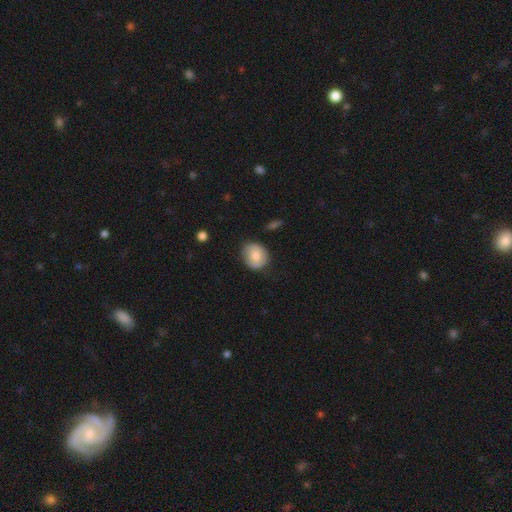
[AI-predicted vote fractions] Smooth or featured?
  - smooth: 77% *
  - featured or disk: 16%
  - star or artifact: 7%
How rounded?
  - round: 69% *
  - in between: 30%
  - cigar-shaped: 1%
Merging?
  - none: 78% *
  - minor disturbance: 17%
  - major disturbance: 3%
  - merger: 1%